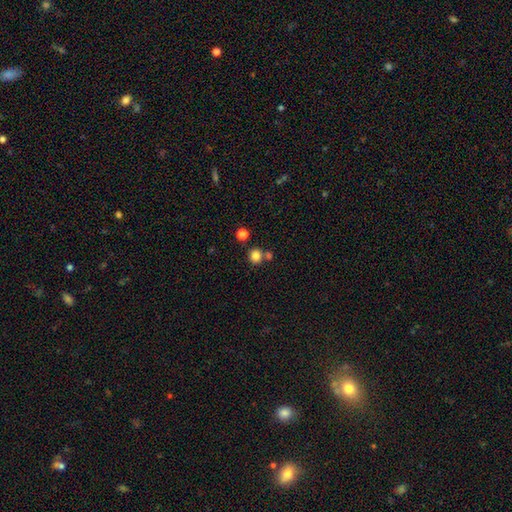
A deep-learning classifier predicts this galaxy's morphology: smooth 82%, star or artifact 12%, featured or disk 5%. Down the decision tree: how rounded — round (89%); merging — none (70%).